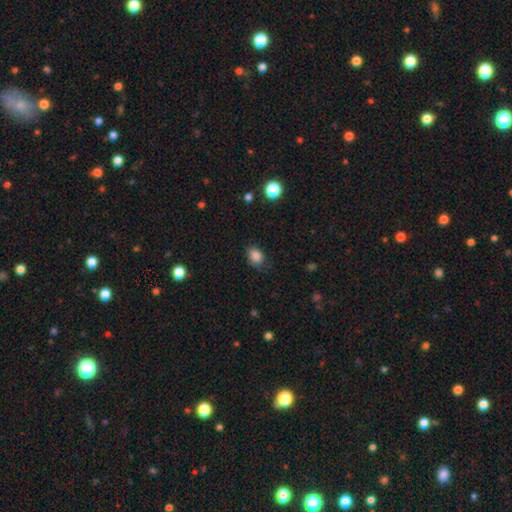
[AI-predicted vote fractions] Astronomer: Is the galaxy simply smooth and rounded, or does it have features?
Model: smooth — 85%.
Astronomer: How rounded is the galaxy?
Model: in between — 67%.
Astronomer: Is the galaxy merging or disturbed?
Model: none — 77%.